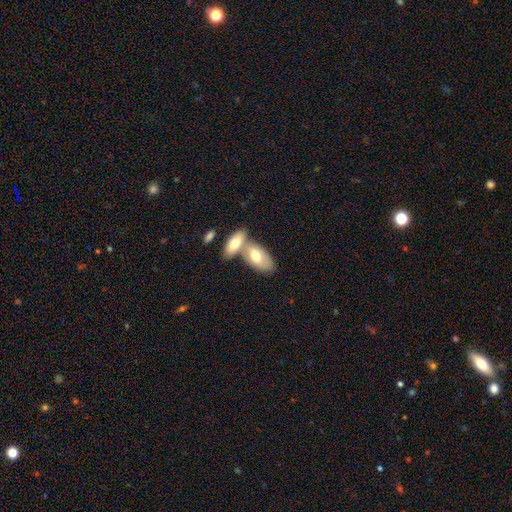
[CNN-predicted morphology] The model was most divided on "merging": merger: 57%, none: 31%, minor disturbance: 9%, major disturbance: 3%. More confident: how rounded — in between (91%); smooth or featured — smooth (66%).